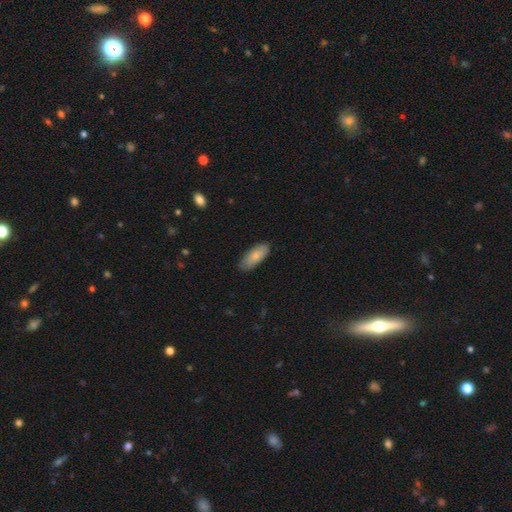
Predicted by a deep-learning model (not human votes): A smooth galaxy with no disk features (80%) that is in between round and cigar-shaped (83%).

Vote fractions:
- Smooth or featured? smooth: 80% / featured or disk: 14% / star or artifact: 6%
- How rounded? in between: 83% / cigar-shaped: 15% / round: 2%
- Merging? none: 82% / minor disturbance: 15% / major disturbance: 2% / merger: 1%